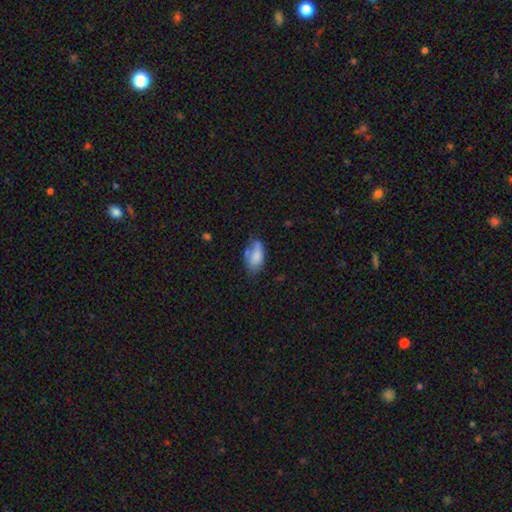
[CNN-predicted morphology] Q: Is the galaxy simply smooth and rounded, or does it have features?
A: smooth — 76%.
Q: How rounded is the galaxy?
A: in between — 91%.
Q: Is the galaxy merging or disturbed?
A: none — 45%.